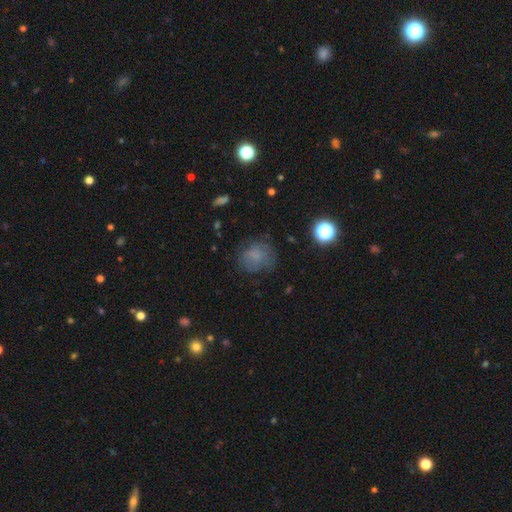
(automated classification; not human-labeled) Smooth or featured? Predicted: smooth (p=0.65). How rounded? Predicted: round (p=0.72). Merging? Predicted: none (p=0.64).